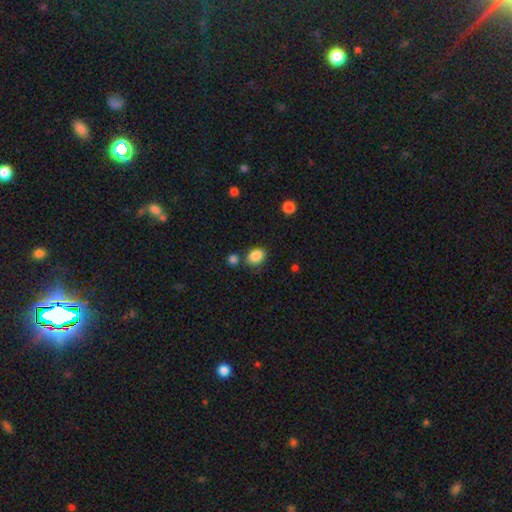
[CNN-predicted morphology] smooth_or_featured: smooth (p=0.87) [alt: star or artifact p=0.09]
how_rounded: in between (p=0.70) [alt: round p=0.29]
merging: none (p=0.71) [alt: minor disturbance p=0.14]